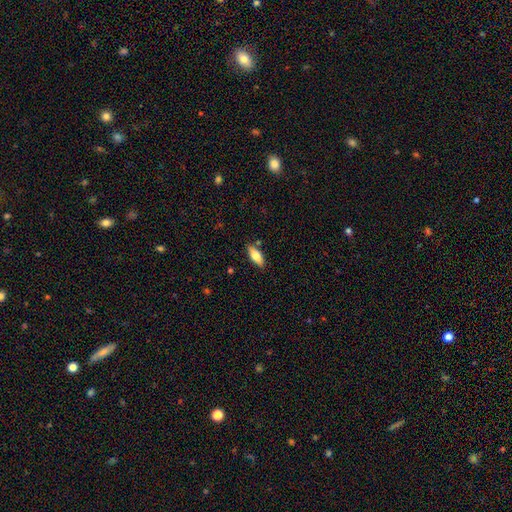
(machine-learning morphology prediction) smooth-or-featured: smooth: 75% | featured or disk: 19% | star or artifact: 6%
  how-rounded: in between: 76% | cigar-shaped: 22% | round: 2%
  merging: none: 85% | minor disturbance: 10% | merger: 3% | major disturbance: 2%